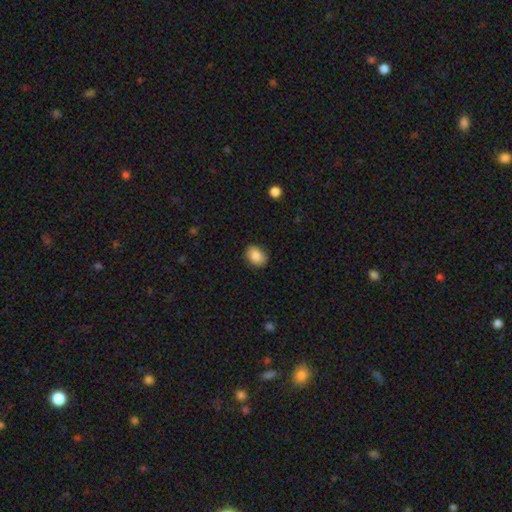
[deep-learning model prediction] Morphology: type=smooth (87%); roundness=in between (66%); merging=none (85%).